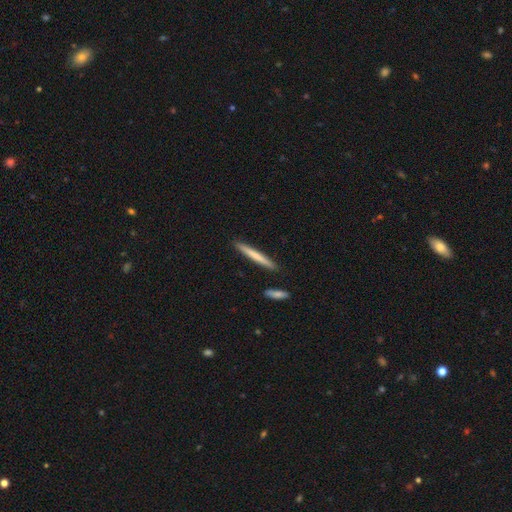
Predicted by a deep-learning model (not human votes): Smooth or featured: smooth — 66% (featured or disk — 29%)
How rounded: cigar-shaped — 96% (in between — 3%)
Merging: none — 90% (minor disturbance — 6%)